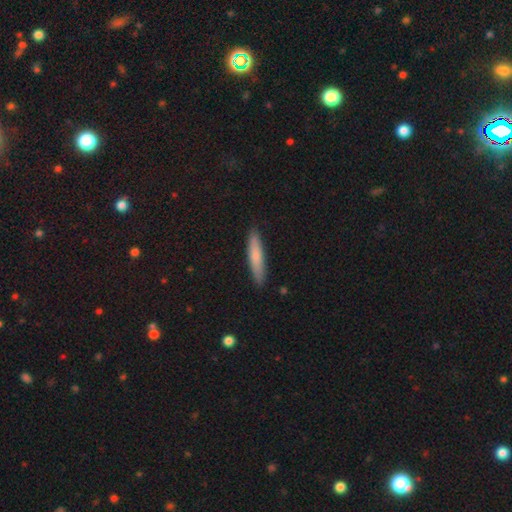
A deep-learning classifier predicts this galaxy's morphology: Smooth or featured: smooth — 74% (featured or disk — 21%)
How rounded: cigar-shaped — 89% (in between — 10%)
Merging: none — 89% (minor disturbance — 9%)